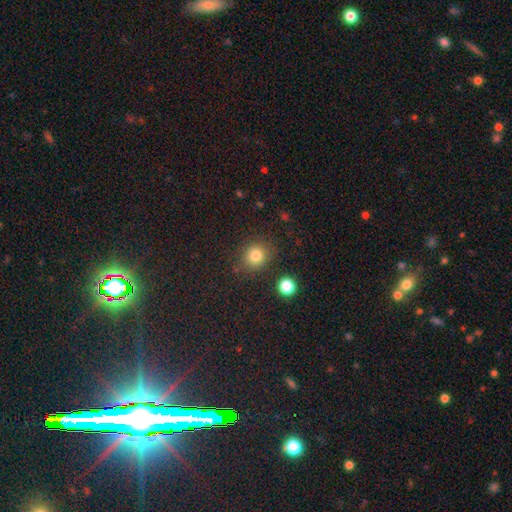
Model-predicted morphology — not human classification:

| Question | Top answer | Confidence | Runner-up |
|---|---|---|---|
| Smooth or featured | smooth | 81% | star or artifact (13%) |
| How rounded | round | 83% | in between (16%) |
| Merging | none | 84% | minor disturbance (9%) |